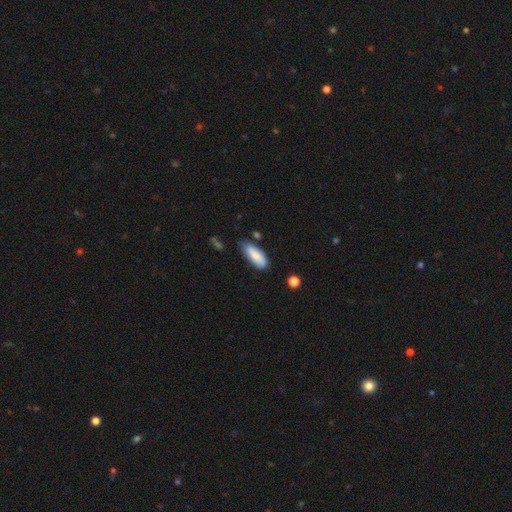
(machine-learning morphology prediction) Smooth or featured? Predicted: smooth (p=0.84). How rounded? Predicted: in between (p=0.73). Merging? Predicted: none (p=0.66).